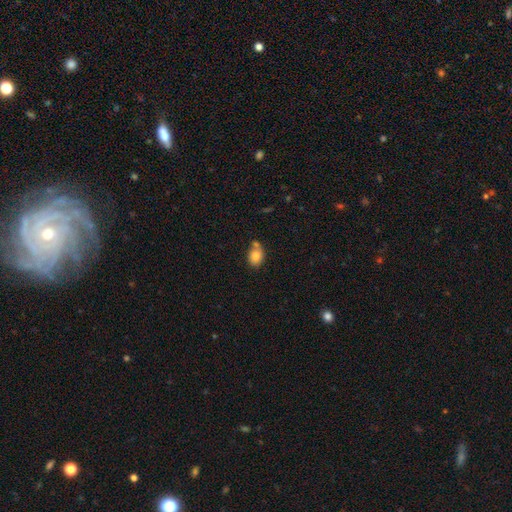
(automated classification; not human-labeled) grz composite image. It shows a smooth galaxy with no disk features (83%) that is in between round and cigar-shaped (54%). Merging: none (51%).